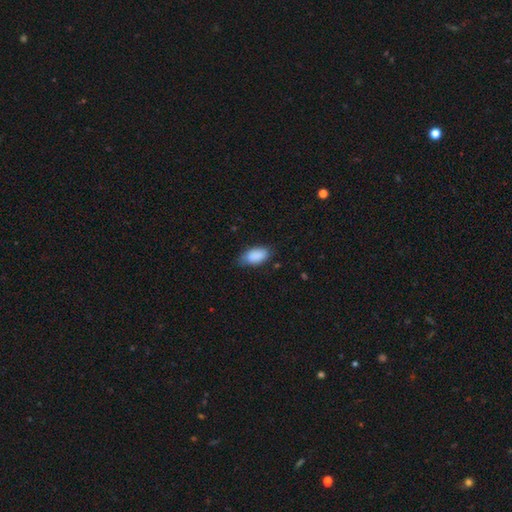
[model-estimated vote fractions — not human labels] Morphology: type=smooth (89%); roundness=in between (93%); merging=none (72%).